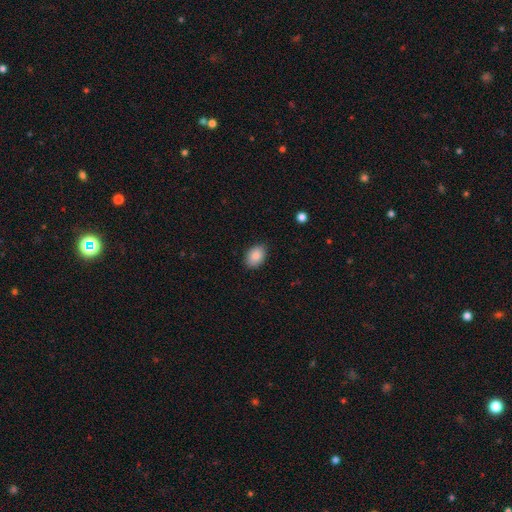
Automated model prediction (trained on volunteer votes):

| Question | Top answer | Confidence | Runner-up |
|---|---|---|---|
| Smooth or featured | smooth | 88% | star or artifact (8%) |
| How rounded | in between | 82% | round (17%) |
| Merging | none | 87% | minor disturbance (10%) |